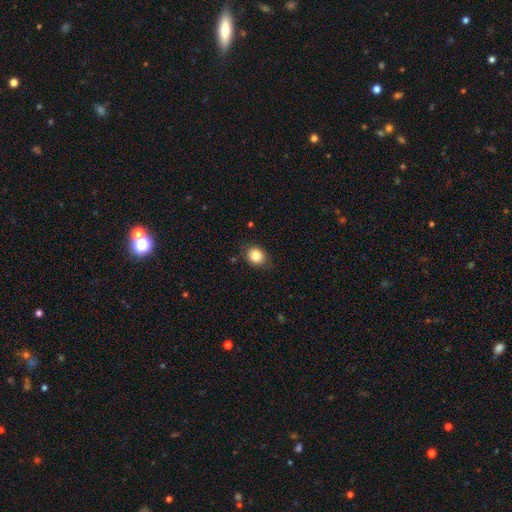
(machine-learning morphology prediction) This is clearly a smooth galaxy (85%). How rounded: likely round (70%). Merging: clearly none (84%).